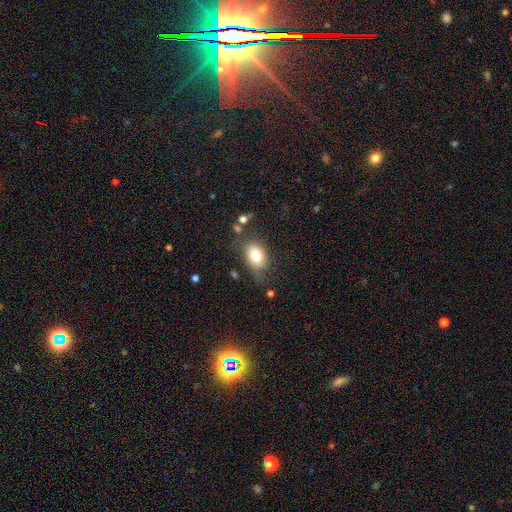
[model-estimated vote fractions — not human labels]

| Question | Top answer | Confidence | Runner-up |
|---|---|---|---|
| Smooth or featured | smooth | 78% | featured or disk (13%) |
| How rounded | in between | 82% | round (17%) |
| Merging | none | 64% | minor disturbance (23%) |